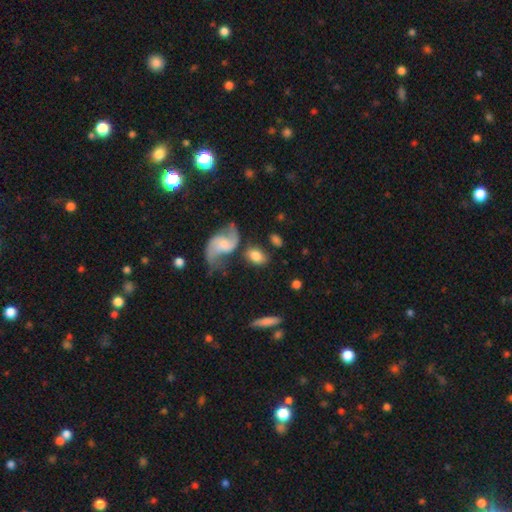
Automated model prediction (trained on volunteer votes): smooth_or_featured: smooth (p=0.63) [alt: featured or disk p=0.30]
how_rounded: in between (p=0.79) [alt: round p=0.18]
merging: none (p=0.57) [alt: minor disturbance p=0.18]